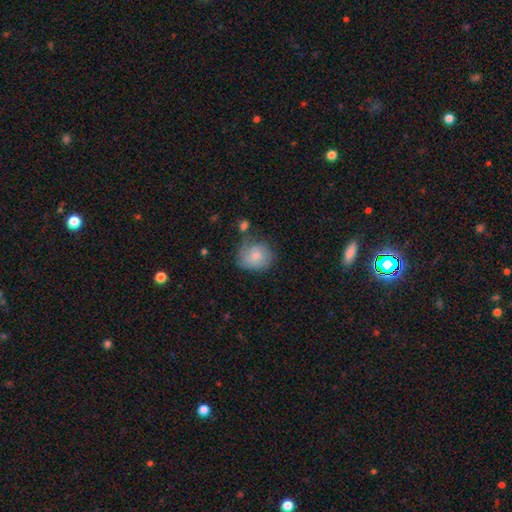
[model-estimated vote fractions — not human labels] A smooth galaxy with no disk features (67%) that is round (76%). Merging: none (55%).